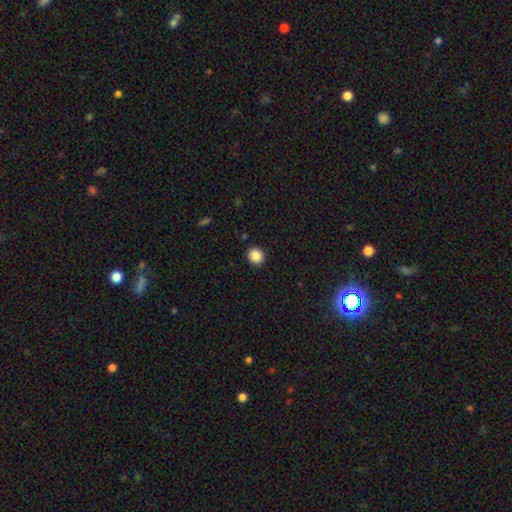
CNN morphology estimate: This is clearly a smooth galaxy (88%). How rounded: likely round (78%). Merging: clearly none (91%).